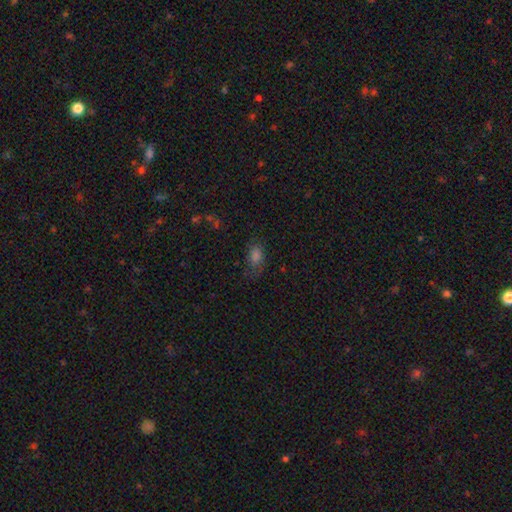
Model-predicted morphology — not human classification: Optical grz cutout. It shows a smooth galaxy with no disk features (68%) that is in between round and cigar-shaped (81%). Merging: none (60%).